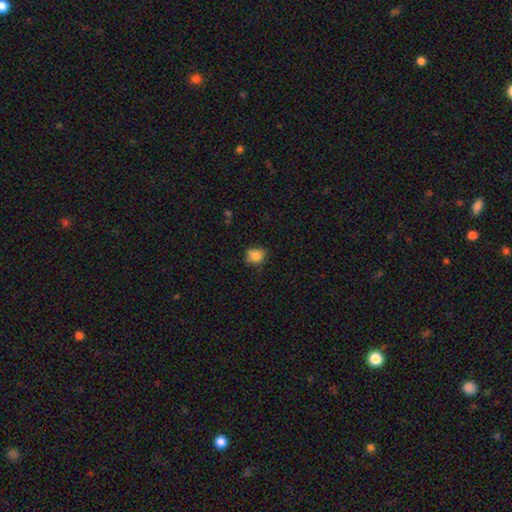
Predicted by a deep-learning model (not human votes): The model was most divided on "how rounded": round: 66%, in between: 33%, cigar-shaped: 1%. More confident: smooth or featured — smooth (83%); merging — none (63%).